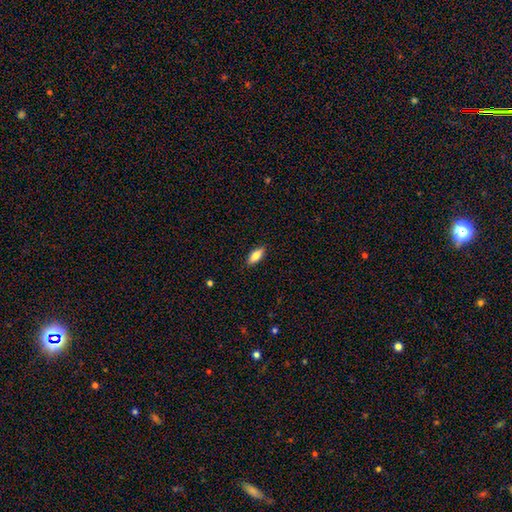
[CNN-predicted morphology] smooth-or-featured: smooth: 80% | featured or disk: 13% | star or artifact: 7%
  how-rounded: in between: 77% | cigar-shaped: 20% | round: 2%
  merging: none: 88% | minor disturbance: 9% | major disturbance: 2% | merger: 1%